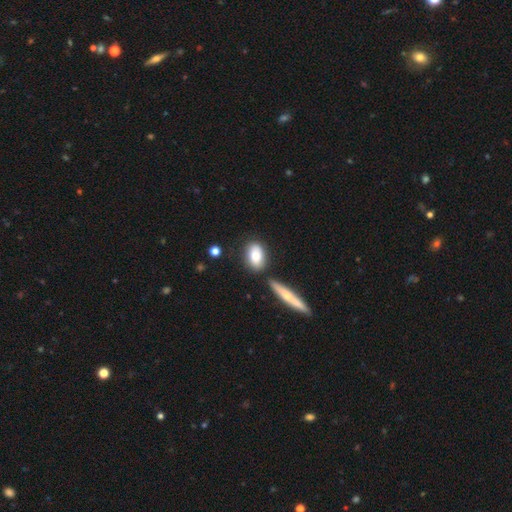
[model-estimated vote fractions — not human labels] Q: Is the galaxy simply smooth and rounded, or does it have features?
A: smooth — 81%.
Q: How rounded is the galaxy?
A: in between — 85%.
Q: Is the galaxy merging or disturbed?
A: none — 70%.